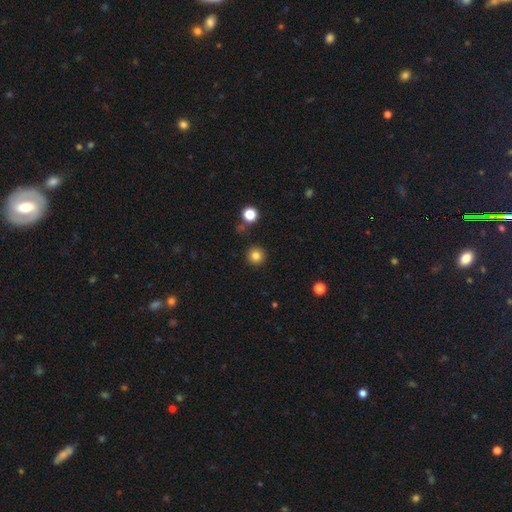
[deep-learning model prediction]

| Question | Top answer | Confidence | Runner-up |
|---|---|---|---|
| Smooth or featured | smooth | 82% | star or artifact (12%) |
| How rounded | round | 96% | in between (3%) |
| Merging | none | 90% | minor disturbance (6%) |